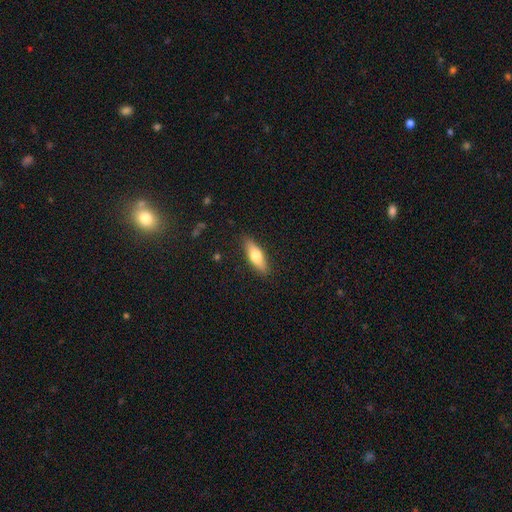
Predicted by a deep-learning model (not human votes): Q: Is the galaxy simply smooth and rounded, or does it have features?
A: smooth — 66%.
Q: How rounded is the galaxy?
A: in between — 54%.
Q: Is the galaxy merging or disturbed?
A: none — 87%.